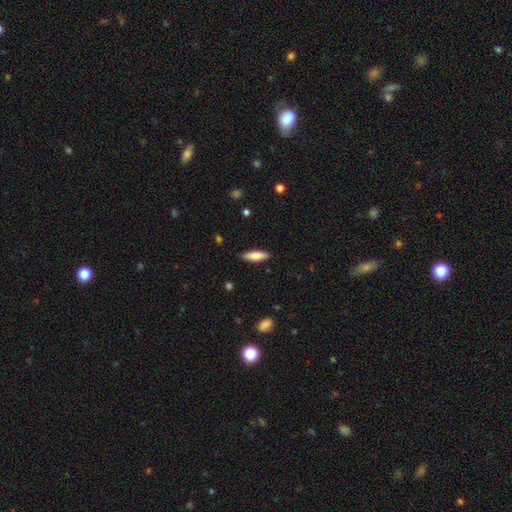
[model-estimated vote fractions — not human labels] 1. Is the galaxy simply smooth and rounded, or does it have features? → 79% smooth, 15% featured or disk, 6% star or artifact.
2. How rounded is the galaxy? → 53% cigar-shaped, 45% in between, 2% round.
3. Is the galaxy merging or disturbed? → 88% none, 9% minor disturbance, 2% major disturbance, 1% merger.